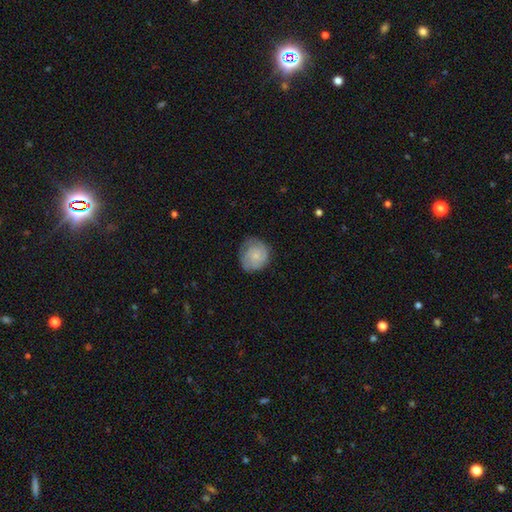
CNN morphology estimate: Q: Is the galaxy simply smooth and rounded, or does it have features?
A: smooth — 48%.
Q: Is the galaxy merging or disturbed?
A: none — 71%.